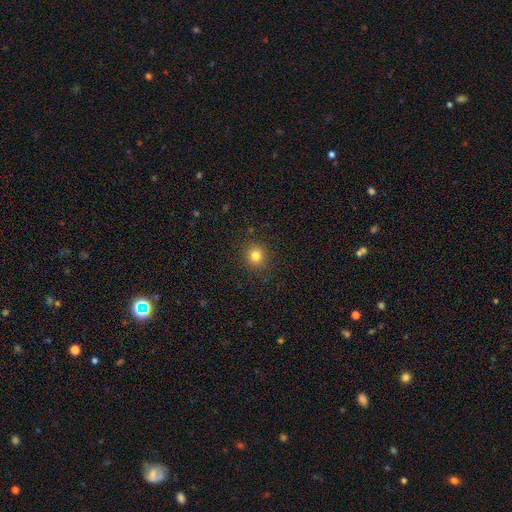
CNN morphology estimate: Smooth or featured: smooth — 80% (star or artifact — 13%)
How rounded: round — 89% (in between — 10%)
Merging: none — 90% (minor disturbance — 7%)